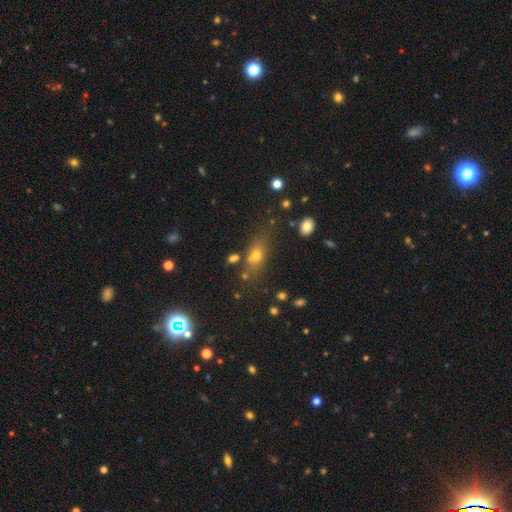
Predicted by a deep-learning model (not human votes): A smooth galaxy with no disk features (65%) that is in between round and cigar-shaped (63%).

Vote fractions:
- Smooth or featured? smooth: 65% / star or artifact: 19% / featured or disk: 16%
- How rounded? in between: 63% / round: 24% / cigar-shaped: 14%
- Merging? none: 67% / minor disturbance: 16% / merger: 11% / major disturbance: 7%